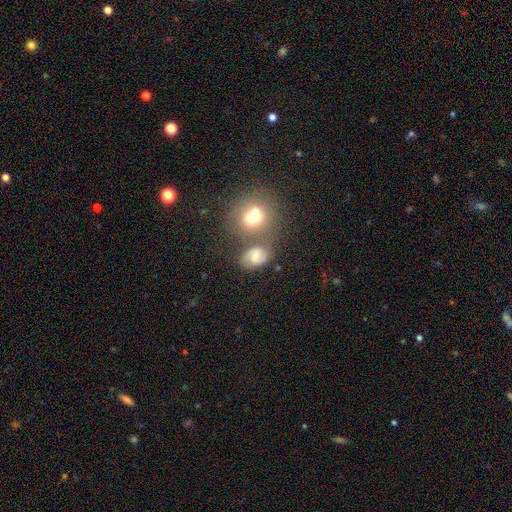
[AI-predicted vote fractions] Morphology: type=smooth (46%); merging=none (57%).